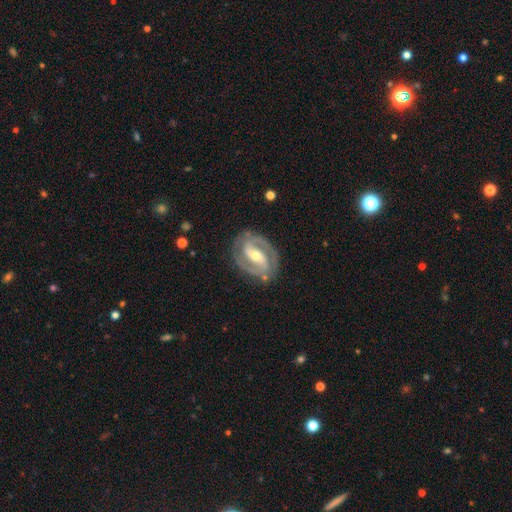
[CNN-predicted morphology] type=featured or disk (90%); edge-on=no (97%); bar=strong (57%); spiral arms=yes (96%); winding=tight (46%, tied with medium); arm count=2 (91%); bulge=moderate (54%); merging=none (83%).